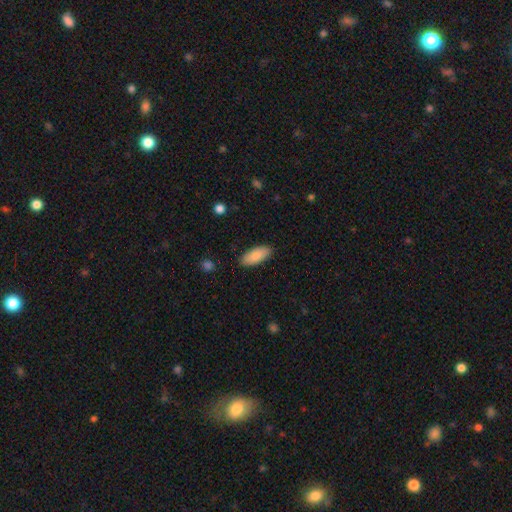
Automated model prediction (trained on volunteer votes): This appears to be a smooth galaxy with no disk features (85%) that is in between round and cigar-shaped (85%). Merging: none (88%).